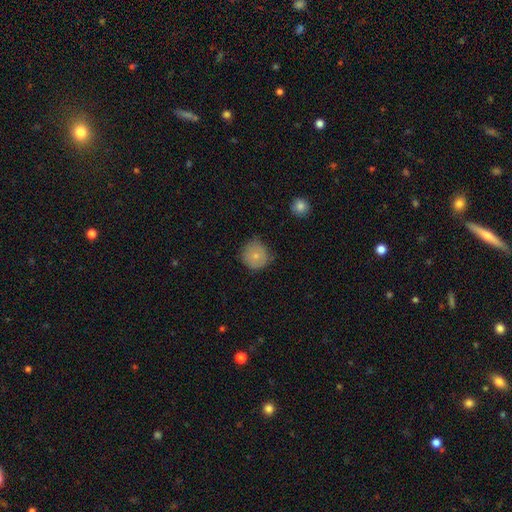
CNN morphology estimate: A smooth galaxy with no disk features (76%) that is round (91%). Merging: none (69%).